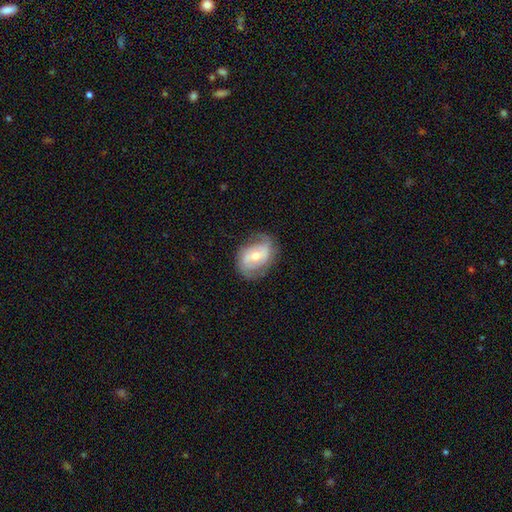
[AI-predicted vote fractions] featured or disk 69%, smooth 25%, star or artifact 7%. Down the decision tree: edge-on disk — no (96%); bar — weak (44%); spiral arms — yes (84%); spiral arm count — 2 (75%); spiral winding — medium (43%); bulge size — moderate (54%); merging — none (69%).